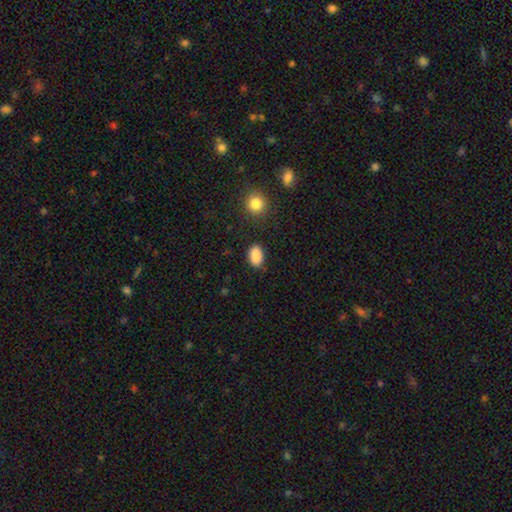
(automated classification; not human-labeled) smooth-or-featured: smooth: 89% | star or artifact: 8% | featured or disk: 4%
  how-rounded: in between: 88% | round: 11% | cigar-shaped: 1%
  merging: none: 83% | minor disturbance: 12% | major disturbance: 3% | merger: 2%